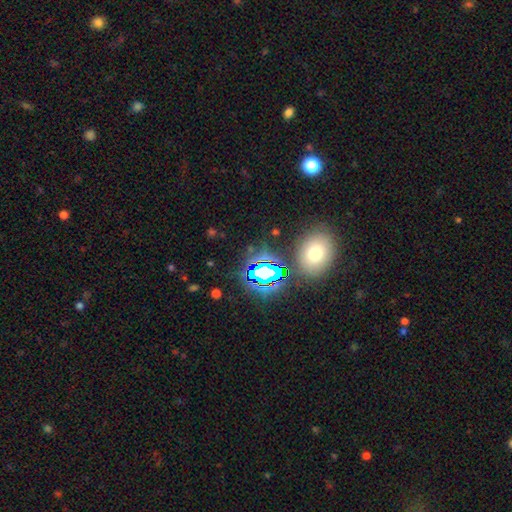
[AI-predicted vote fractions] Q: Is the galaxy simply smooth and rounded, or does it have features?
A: star or artifact — 67%.